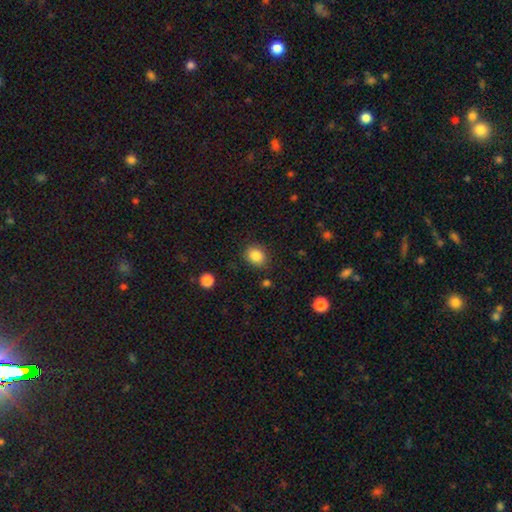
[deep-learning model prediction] A smooth galaxy with no disk features (85%) that is round (54%).

Vote fractions:
- Smooth or featured? smooth: 85% / star or artifact: 10% / featured or disk: 5%
- How rounded? round: 54% / in between: 45% / cigar-shaped: 1%
- Merging? none: 82% / minor disturbance: 12% / major disturbance: 3% / merger: 2%